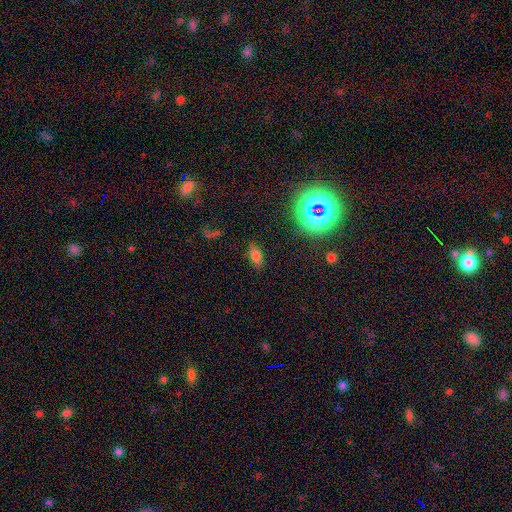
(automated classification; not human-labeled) smooth_or_featured: smooth (p=0.69) [alt: star or artifact p=0.21]
how_rounded: in between (p=0.87) [alt: round p=0.06]
merging: none (p=0.83) [alt: minor disturbance p=0.11]